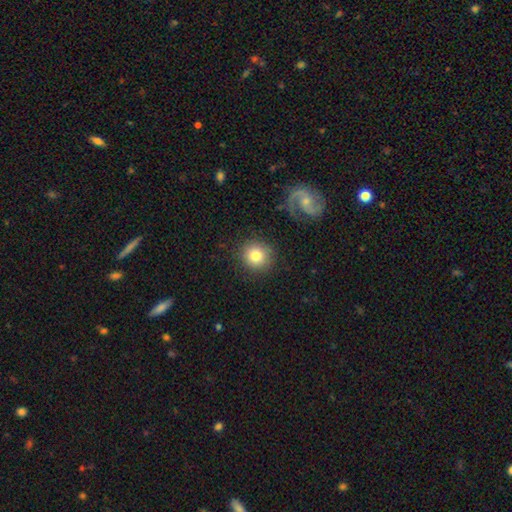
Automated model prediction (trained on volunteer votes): The model was most divided on "smooth or featured": smooth: 80%, featured or disk: 10%, star or artifact: 9%. More confident: how rounded — round (91%); merging — none (86%).